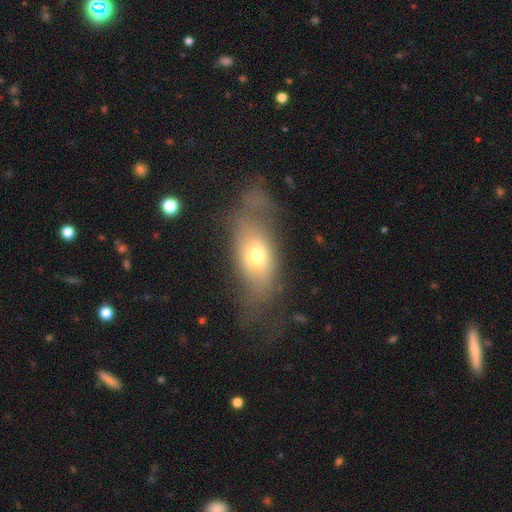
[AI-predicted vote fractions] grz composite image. It shows a smooth galaxy with no disk features (62%) that is in between round and cigar-shaped (79%). Merging: none (38%).